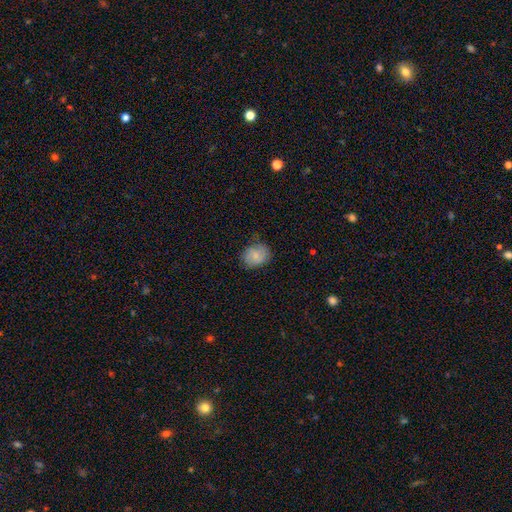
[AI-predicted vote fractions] Overall: smooth (76%). How rounded: round (54%; in between 45%). Merging: none (70%).